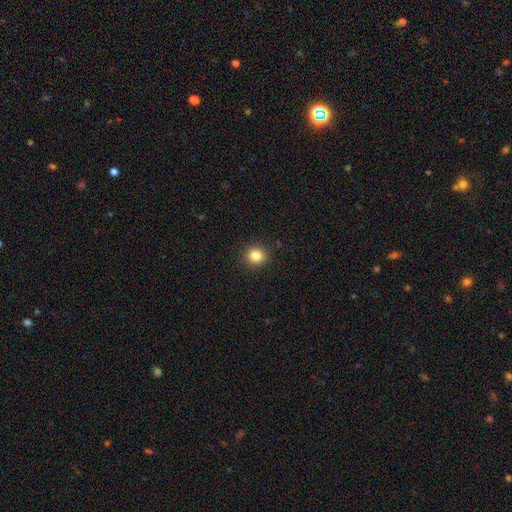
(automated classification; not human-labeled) A smooth galaxy with no disk features (83%) that is round (87%).

Vote fractions:
- Smooth or featured? smooth: 83% / star or artifact: 12% / featured or disk: 5%
- How rounded? round: 87% / in between: 13% / cigar-shaped: 1%
- Merging? none: 92% / minor disturbance: 6% / major disturbance: 2% / merger: 1%